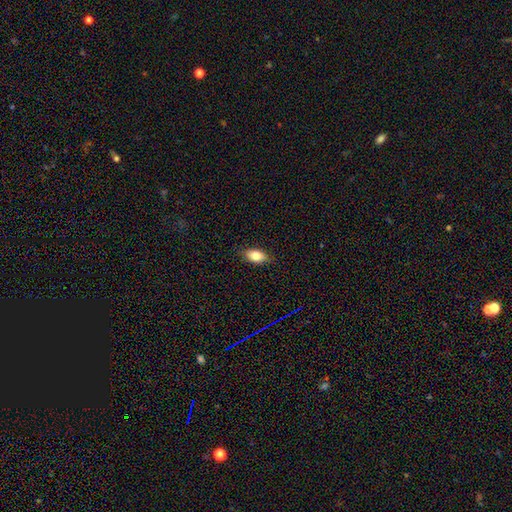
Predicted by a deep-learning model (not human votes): This is likely a smooth galaxy (80%). How rounded: clearly in between (89%). Merging: clearly none (86%).